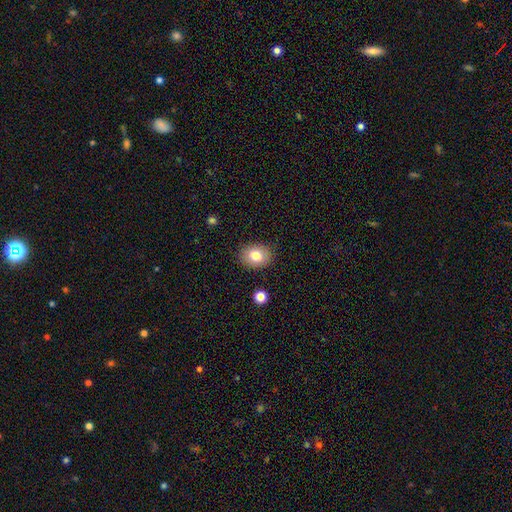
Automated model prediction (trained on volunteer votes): Q: Smooth or featured?
A: smooth (79%); runner-up: featured or disk (12%)
Q: How rounded?
A: in between (57%); runner-up: round (42%)
Q: Merging?
A: none (87%); runner-up: minor disturbance (9%)